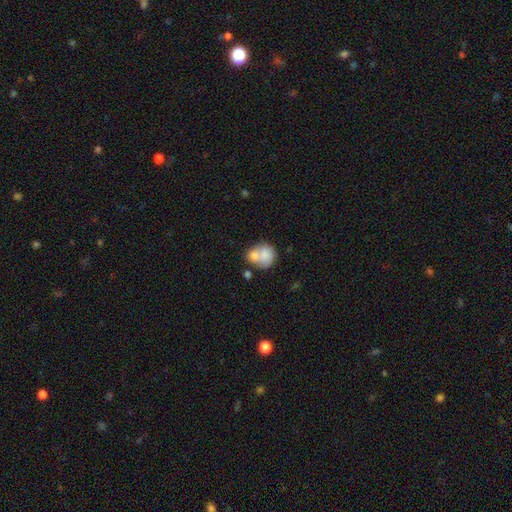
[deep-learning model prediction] A smooth galaxy with no disk features (65%) that is round (74%).

Vote fractions:
- Smooth or featured? smooth: 65% / featured or disk: 22% / star or artifact: 13%
- How rounded? round: 74% / in between: 25% / cigar-shaped: 1%
- Merging? merger: 42% / none: 40% / minor disturbance: 12% / major disturbance: 6%